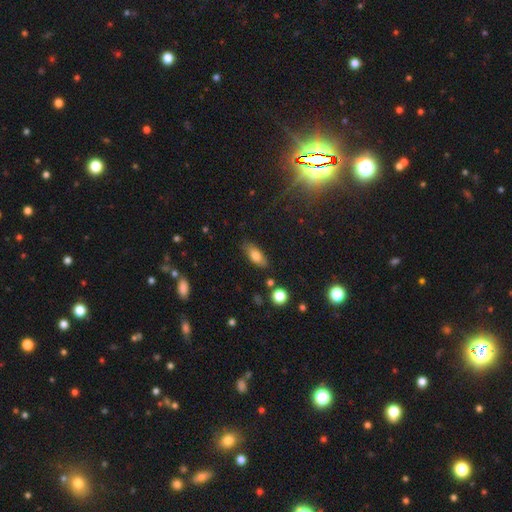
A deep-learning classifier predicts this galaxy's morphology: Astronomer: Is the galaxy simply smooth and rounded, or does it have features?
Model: smooth — 75%.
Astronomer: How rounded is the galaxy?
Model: in between — 79%.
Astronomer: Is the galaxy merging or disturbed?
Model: none — 80%.